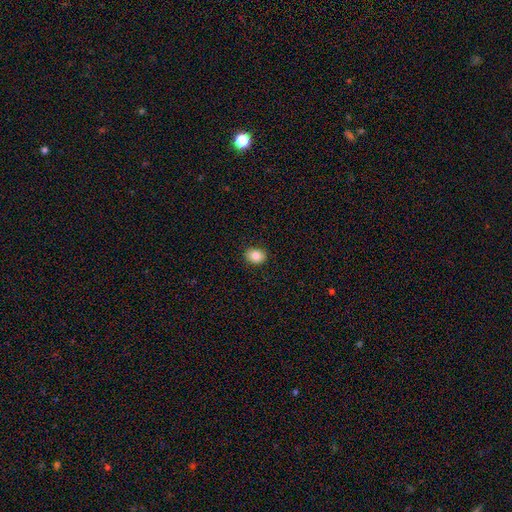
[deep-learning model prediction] Smooth or featured? Predicted: smooth (p=0.85). How rounded? Predicted: in between (p=0.56). Merging? Predicted: none (p=0.89).